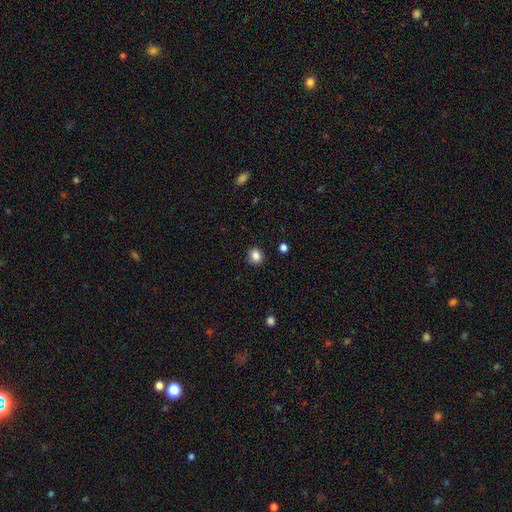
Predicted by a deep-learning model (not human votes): This is clearly a smooth galaxy (85%). How rounded: likely round (76%). Merging: clearly none (87%).